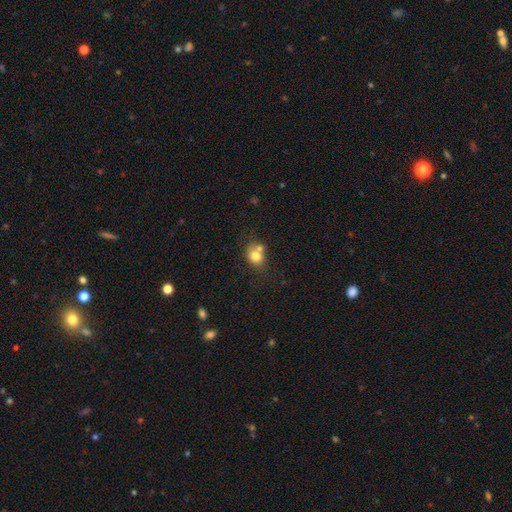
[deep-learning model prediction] Morphology: type=smooth (76%); roundness=round (58%); merging=none (44%).